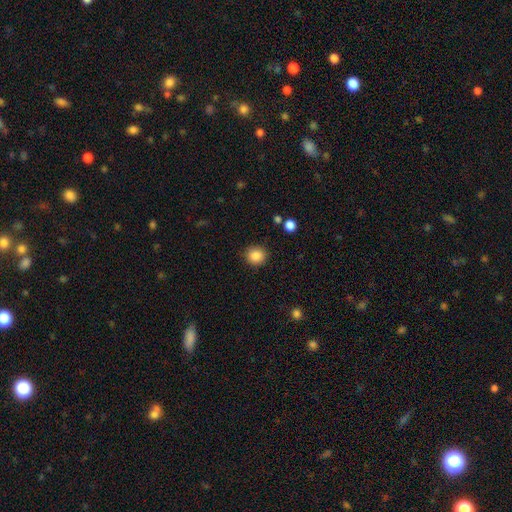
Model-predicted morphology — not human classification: Smooth or featured? Predicted: smooth (p=0.87). How rounded? Predicted: round (p=0.86). Merging? Predicted: none (p=0.88).